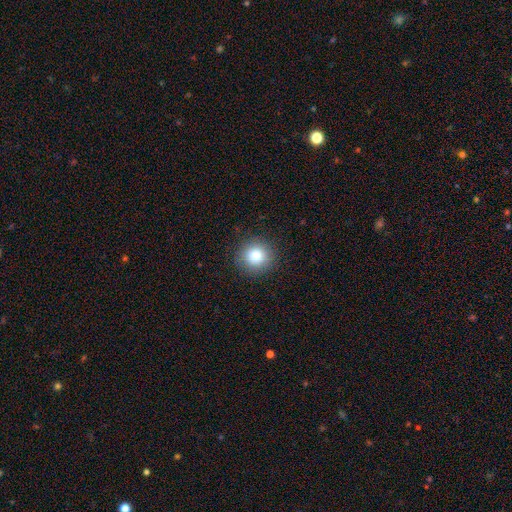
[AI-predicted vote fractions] This appears to be a smooth galaxy with no disk features (84%) that is round (93%). Merging: none (89%).